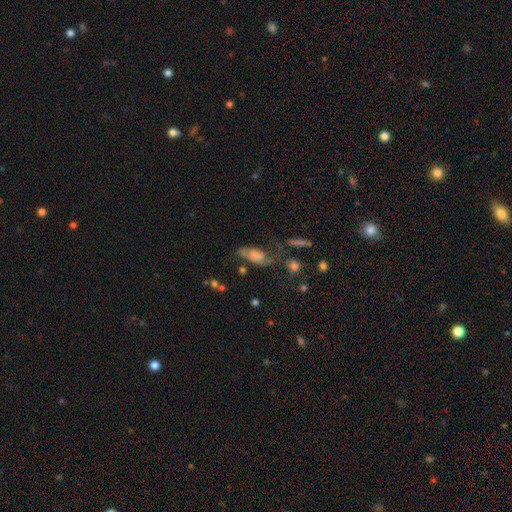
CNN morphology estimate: This is possibly a smooth galaxy (55%). How rounded: clearly in between (83%). Merging: marginally major disturbance (39%).